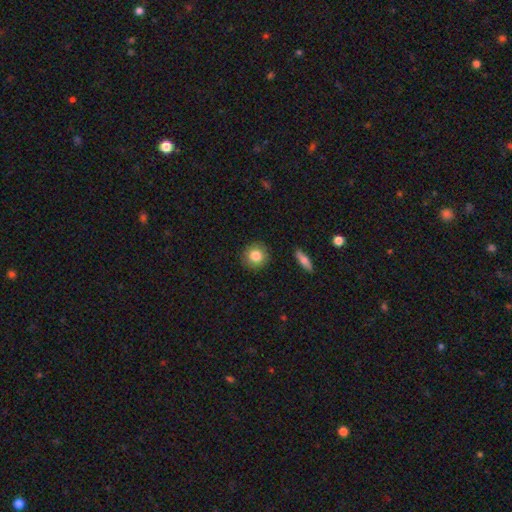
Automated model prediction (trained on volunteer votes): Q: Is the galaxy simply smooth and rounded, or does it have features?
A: smooth — 82%.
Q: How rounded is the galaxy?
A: round — 90%.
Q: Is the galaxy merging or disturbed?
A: none — 89%.